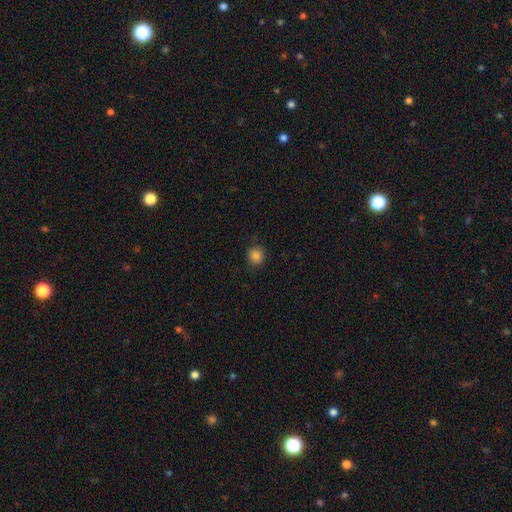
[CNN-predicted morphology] Smooth or featured? Predicted: smooth (p=0.85). How rounded? Predicted: round (p=0.88). Merging? Predicted: none (p=0.86).